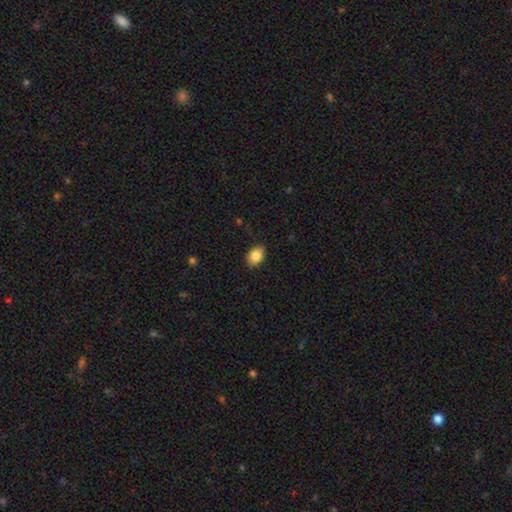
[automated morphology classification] A smooth galaxy with no disk features (87%) that is in between round and cigar-shaped (74%). Merging: none (88%).